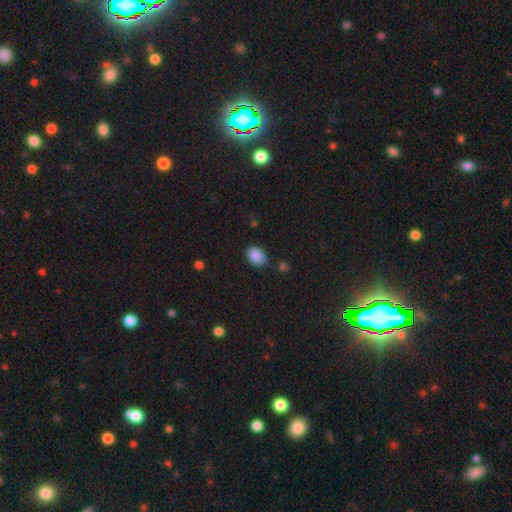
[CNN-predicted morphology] type=smooth (88%); roundness=in between (67%); merging=none (77%).